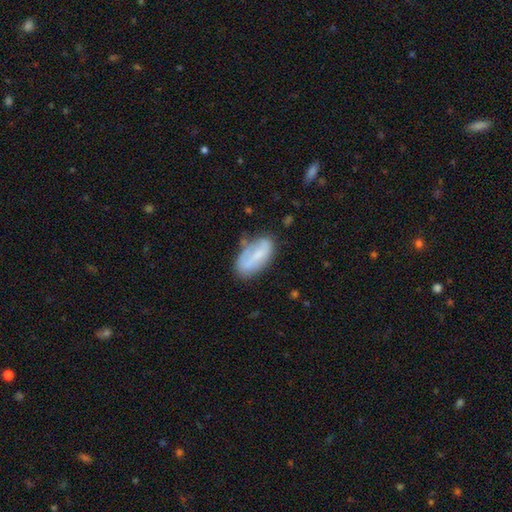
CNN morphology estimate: Overall: smooth (58%; featured or disk 34%). How rounded: in between (90%). Merging: none (59%; minor disturbance 27%).